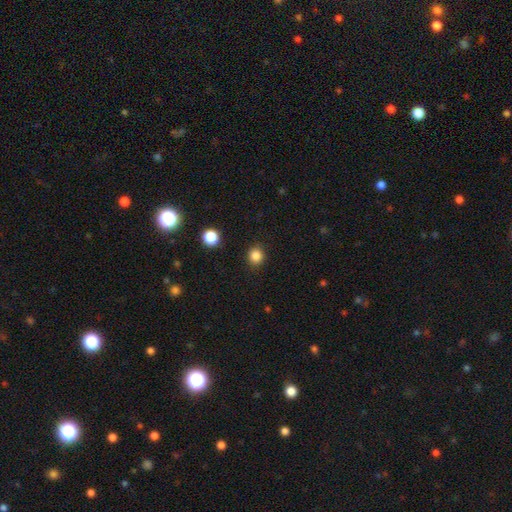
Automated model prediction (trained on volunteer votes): smooth 85%, star or artifact 12%, featured or disk 3%. Down the decision tree: how rounded — round (88%); merging — none (90%).